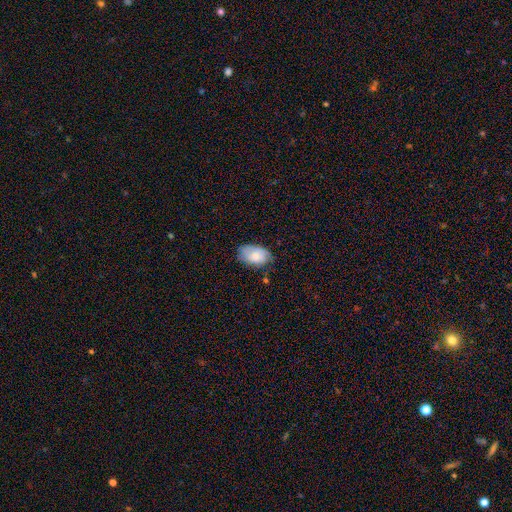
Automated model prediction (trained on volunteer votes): Morphology: type=smooth (71%); roundness=in between (91%); merging=none (65%).